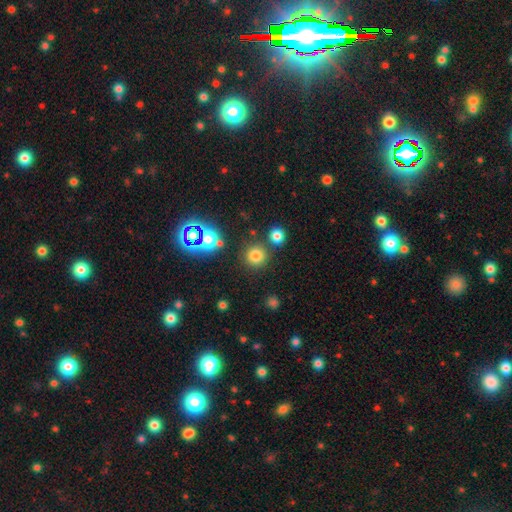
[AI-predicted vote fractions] Smooth or featured?
  - smooth: 75% *
  - star or artifact: 19%
  - featured or disk: 6%
How rounded?
  - round: 94% *
  - in between: 5%
  - cigar-shaped: 1%
Merging?
  - none: 82% *
  - merger: 8%
  - minor disturbance: 7%
  - major disturbance: 3%